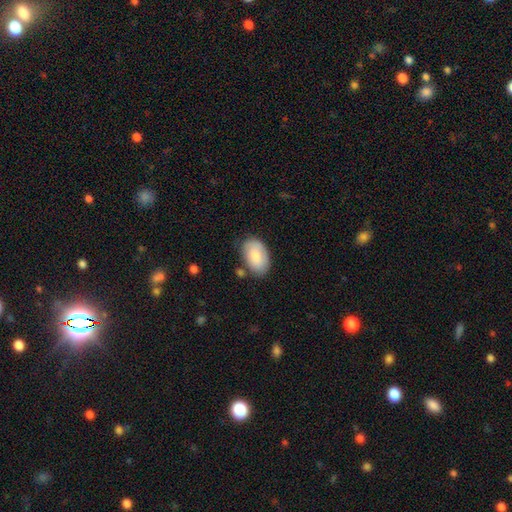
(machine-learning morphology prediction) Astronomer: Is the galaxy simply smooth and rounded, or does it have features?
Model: smooth — 83%.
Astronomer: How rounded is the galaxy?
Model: in between — 93%.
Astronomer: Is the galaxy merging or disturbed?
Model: none — 72%.